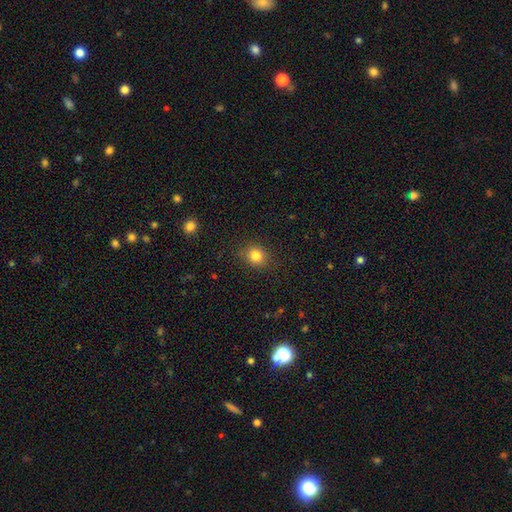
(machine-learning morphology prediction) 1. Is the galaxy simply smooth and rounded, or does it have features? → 83% smooth, 11% star or artifact, 6% featured or disk.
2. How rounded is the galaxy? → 68% round, 31% in between, 1% cigar-shaped.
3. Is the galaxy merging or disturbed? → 85% none, 11% minor disturbance, 3% major disturbance, 1% merger.